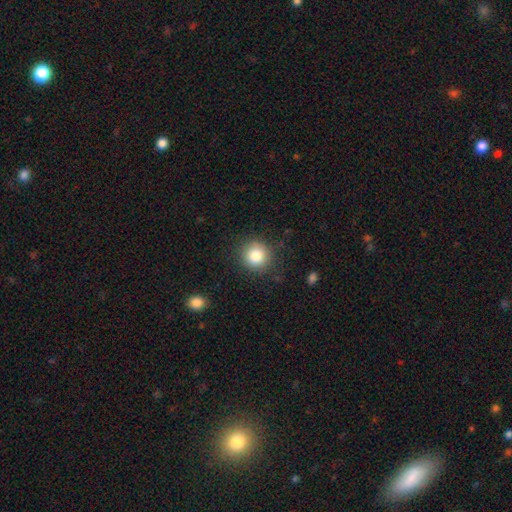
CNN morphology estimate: Overall: smooth (82%). How rounded: round (92%). Merging: none (88%).